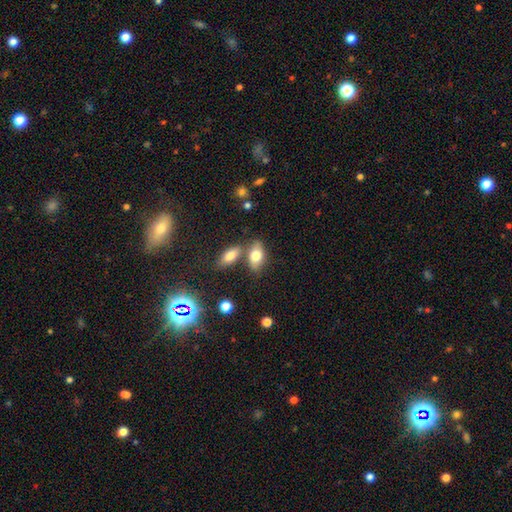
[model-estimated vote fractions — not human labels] Smooth or featured? Predicted: smooth (p=0.76). How rounded? Predicted: in between (p=0.88). Merging? Predicted: none (p=0.55).